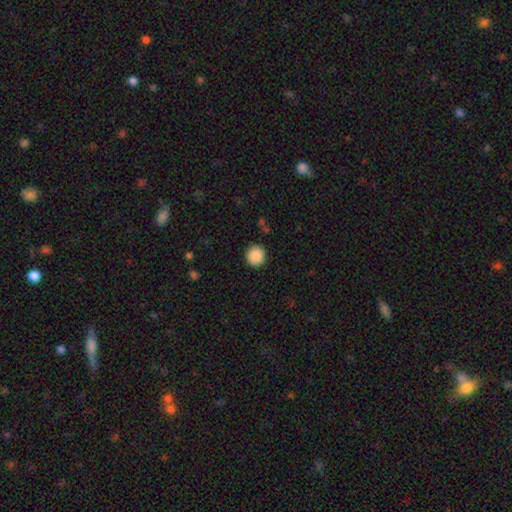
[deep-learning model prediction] A smooth galaxy with no disk features (89%) that is round (93%). Merging: none (92%).